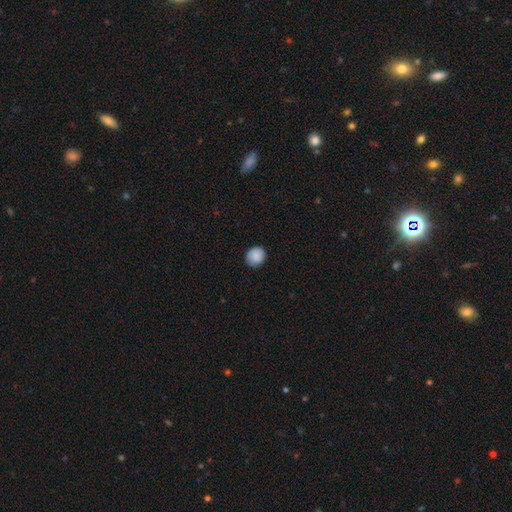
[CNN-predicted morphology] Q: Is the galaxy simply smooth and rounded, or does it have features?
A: smooth — 89%.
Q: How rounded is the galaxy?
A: round — 80%.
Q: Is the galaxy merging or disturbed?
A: none — 86%.